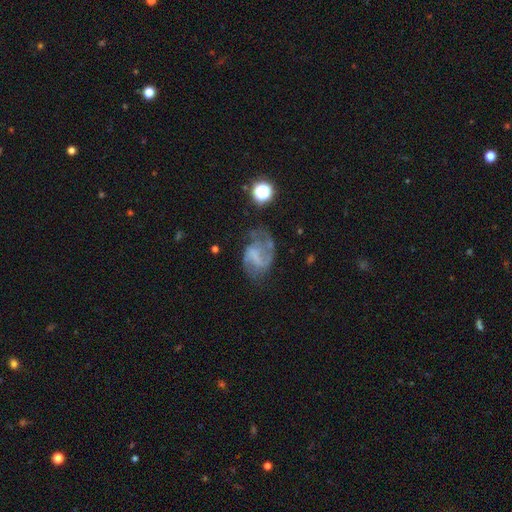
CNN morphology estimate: smooth_or_featured: featured or disk (p=0.70) [alt: smooth p=0.19]
disk_edge_on: no (p=0.98) [alt: yes p=0.02]
bar: weak (p=0.44) [alt: no p=0.39]
has_spiral_arms: yes (p=0.84) [alt: no p=0.16]
spiral_winding: medium (p=0.43) [alt: loose p=0.37]
spiral_arm_count: 2 (p=0.66) [alt: can't tell p=0.14]
bulge_size: none (p=0.63) [alt: small p=0.19]
merging: none (p=0.47) [alt: major disturbance p=0.26]